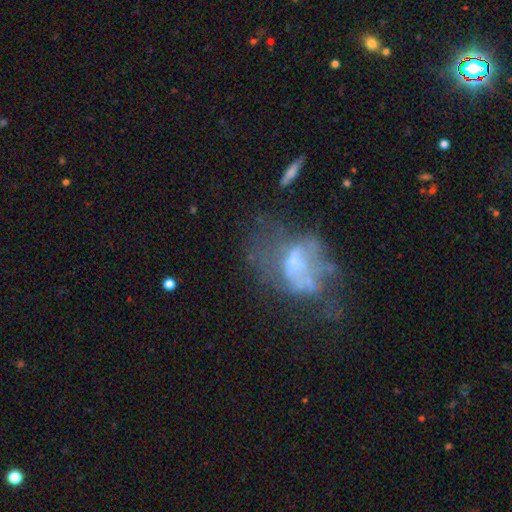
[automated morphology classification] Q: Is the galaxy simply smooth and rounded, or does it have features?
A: featured or disk — 52%.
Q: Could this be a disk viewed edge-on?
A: no — 95%.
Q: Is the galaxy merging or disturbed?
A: major disturbance — 36%.